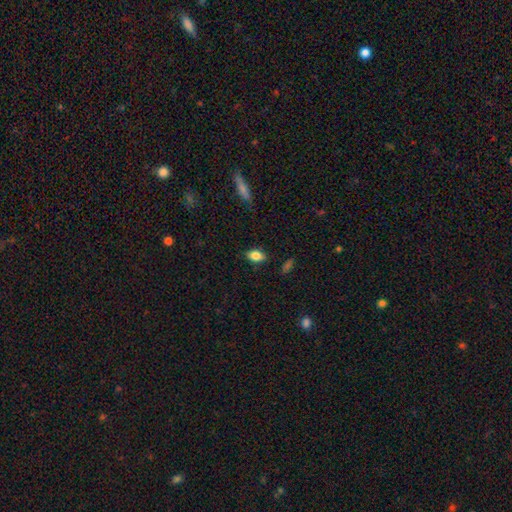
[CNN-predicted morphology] This appears to be a smooth galaxy with no disk features (83%) that is in between round and cigar-shaped (87%). Merging: none (84%).